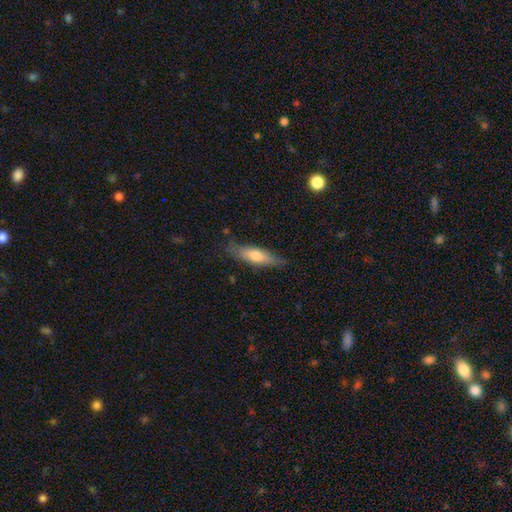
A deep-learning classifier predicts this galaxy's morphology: Q: Smooth or featured?
A: smooth (63%); runner-up: featured or disk (31%)
Q: How rounded?
A: cigar-shaped (63%); runner-up: in between (35%)
Q: Merging?
A: none (80%); runner-up: minor disturbance (16%)